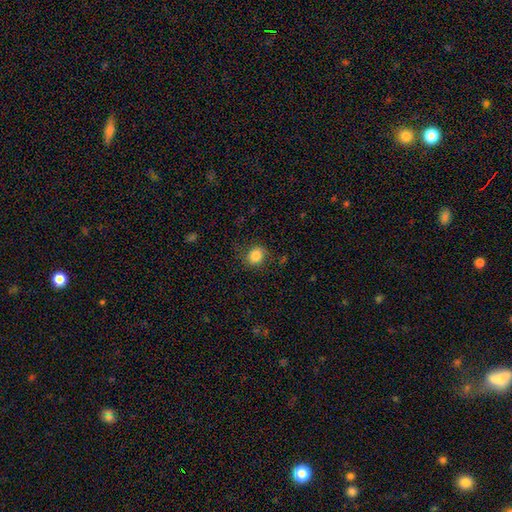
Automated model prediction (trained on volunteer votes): smooth 82%, star or artifact 9%, featured or disk 9%. Down the decision tree: how rounded — round (66%); merging — none (74%).